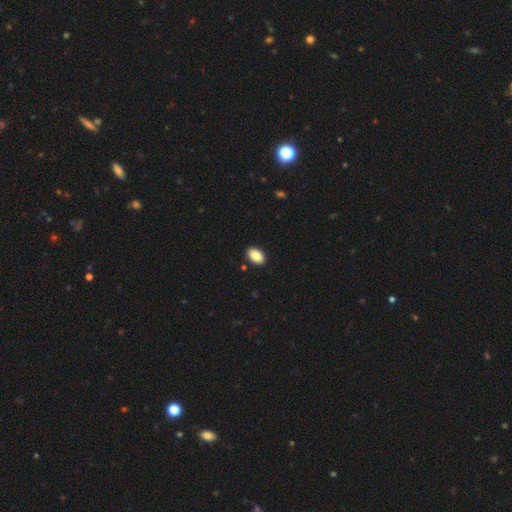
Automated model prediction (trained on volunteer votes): The model was most divided on "smooth or featured": smooth: 86%, star or artifact: 7%, featured or disk: 7%. More confident: how rounded — in between (91%); merging — none (90%).